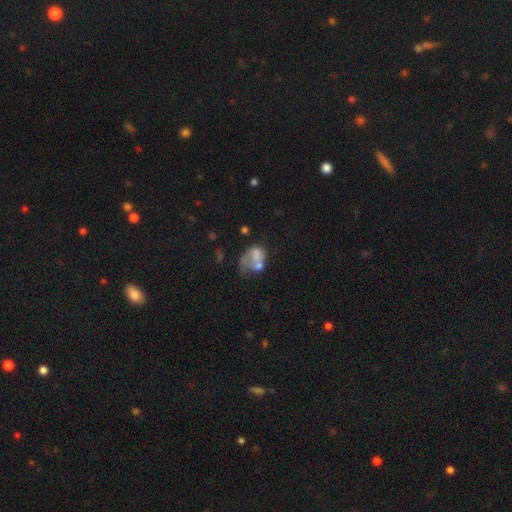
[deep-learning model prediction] Morphology: type=smooth (52%); roundness=in between (68%); merging=merger (40%).